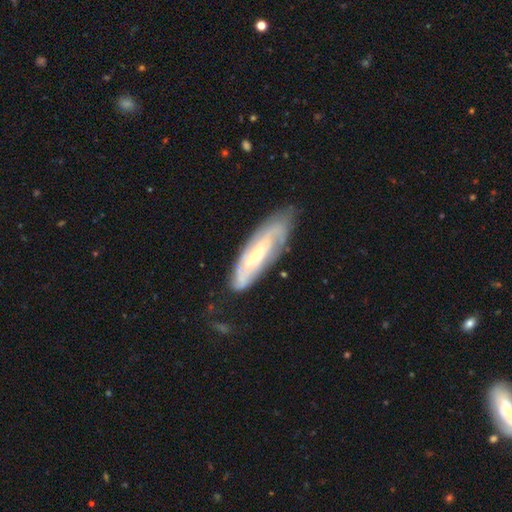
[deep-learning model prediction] featured or disk 71%, smooth 23%, star or artifact 6%. Down the decision tree: edge-on disk — no (78%); bar — no (56%); spiral arms — yes (86%); bulge size — small (60%); merging — none (69%).